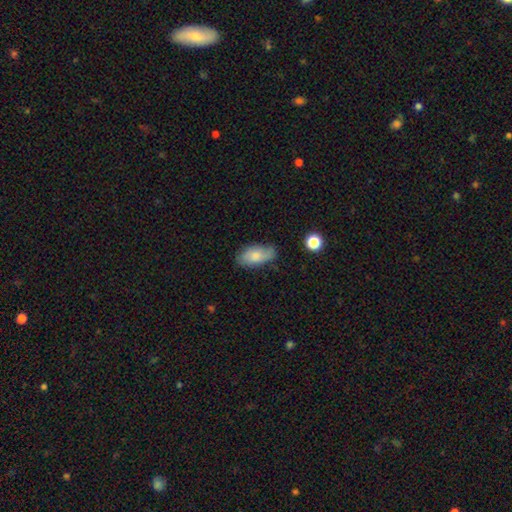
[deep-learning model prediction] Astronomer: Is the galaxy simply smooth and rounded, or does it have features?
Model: smooth — 67%.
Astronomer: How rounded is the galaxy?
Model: in between — 92%.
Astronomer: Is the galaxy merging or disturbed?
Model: none — 65%.